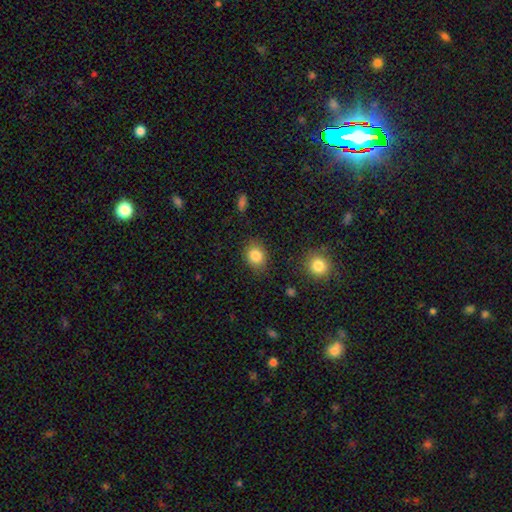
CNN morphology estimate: type=smooth (84%); roundness=round (59%); merging=none (84%).